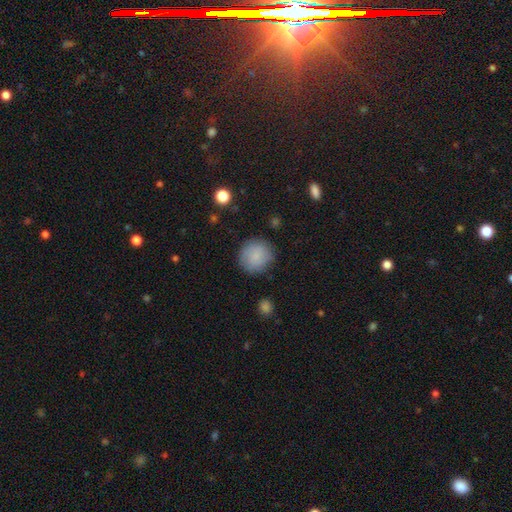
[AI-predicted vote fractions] The model was most divided on "merging": none: 83%, minor disturbance: 12%, major disturbance: 3%, merger: 2%. More confident: how rounded — round (93%); smooth or featured — smooth (86%).